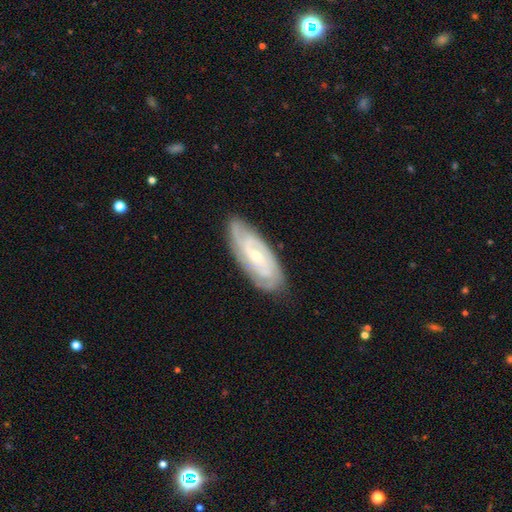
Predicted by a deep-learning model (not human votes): Q: Smooth or featured?
A: featured or disk (82%); runner-up: smooth (12%)
Q: Edge-on disk?
A: no (92%); runner-up: yes (8%)
Q: Bar?
A: no (51%); runner-up: weak (39%)
Q: Spiral arms?
A: yes (96%); runner-up: no (4%)
Q: Spiral winding?
A: tight (66%); runner-up: medium (28%)
Q: Spiral arm count?
A: 2 (28%); tied with: can't tell (28%)
Q: Bulge size?
A: small (63%); runner-up: moderate (33%)
Q: Merging?
A: none (81%); runner-up: minor disturbance (15%)